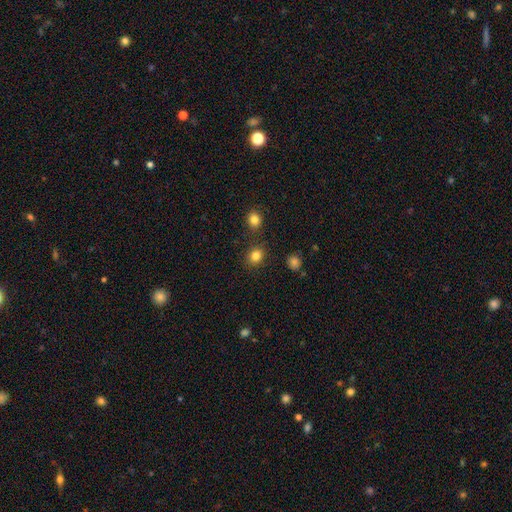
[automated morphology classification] A smooth galaxy with no disk features (83%) that is round (69%). Merging: none (83%).